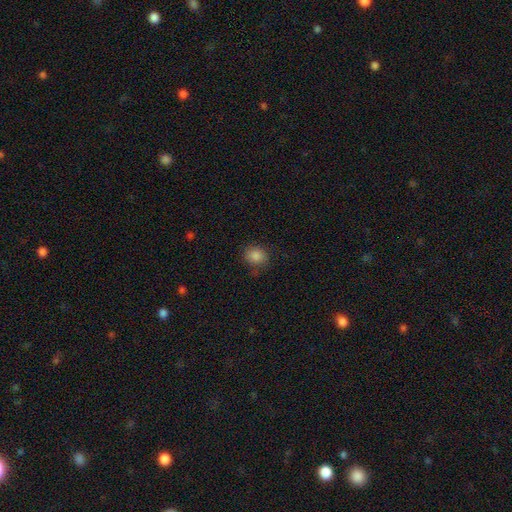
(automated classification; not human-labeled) Smooth or featured? Predicted: smooth (p=0.85). How rounded? Predicted: round (p=0.68). Merging? Predicted: none (p=0.81).